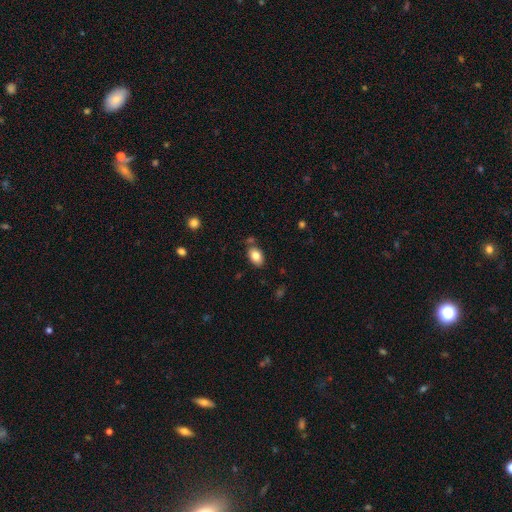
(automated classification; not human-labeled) This appears to be a smooth galaxy with no disk features (82%) that is in between round and cigar-shaped (87%). Merging: none (78%).